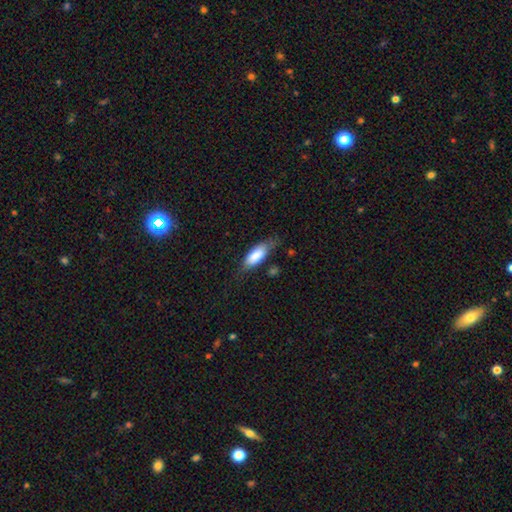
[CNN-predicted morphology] type=smooth (80%); roundness=in between (73%); merging=none (58%).